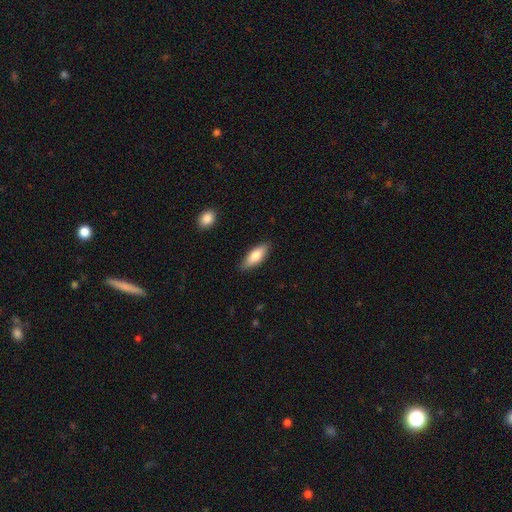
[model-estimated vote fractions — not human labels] Smooth or featured?
  - smooth: 76% *
  - featured or disk: 18%
  - star or artifact: 6%
How rounded?
  - in between: 66% *
  - cigar-shaped: 32%
  - round: 2%
Merging?
  - none: 85% *
  - minor disturbance: 11%
  - major disturbance: 2%
  - merger: 1%